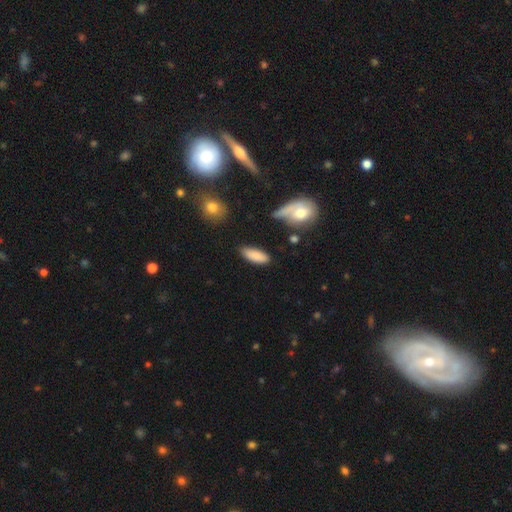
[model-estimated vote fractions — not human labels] Smooth or featured: smooth — 85% (featured or disk — 8%)
How rounded: in between — 70% (cigar-shaped — 28%)
Merging: none — 79% (minor disturbance — 15%)